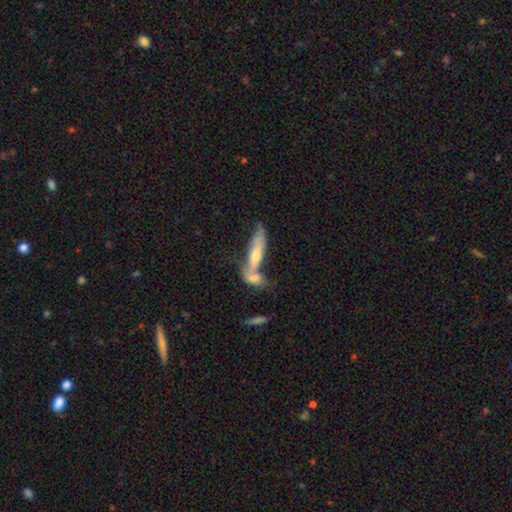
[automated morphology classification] smooth-or-featured: smooth: 48% | featured or disk: 46% | star or artifact: 7%
  merging: merger: 52% | none: 30% | minor disturbance: 13% | major disturbance: 6%